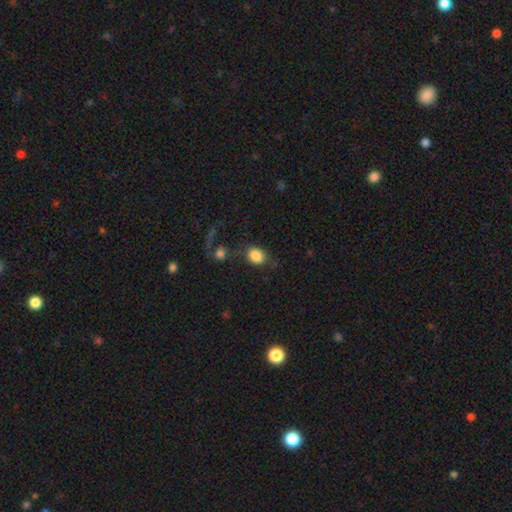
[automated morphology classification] smooth 85%, star or artifact 8%, featured or disk 7%. Down the decision tree: how rounded — in between (57%); merging — none (61%).